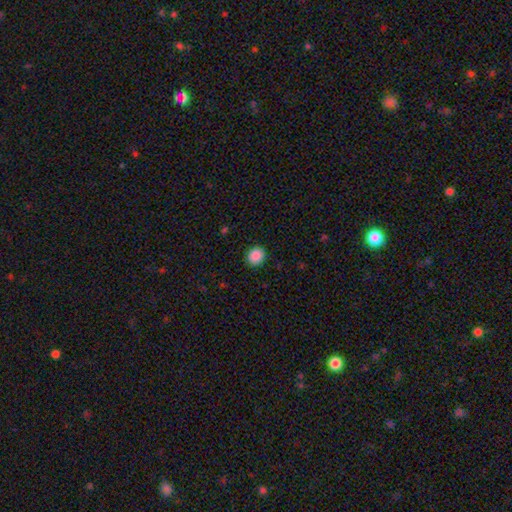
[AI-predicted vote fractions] Q: Smooth or featured?
A: smooth (89%); runner-up: star or artifact (9%)
Q: How rounded?
A: round (77%); runner-up: in between (23%)
Q: Merging?
A: none (90%); runner-up: minor disturbance (7%)